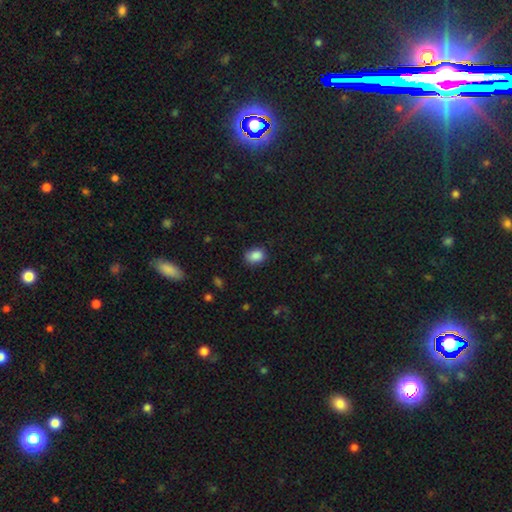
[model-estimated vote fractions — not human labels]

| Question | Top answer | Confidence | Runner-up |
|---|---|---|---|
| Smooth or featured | smooth | 88% | star or artifact (9%) |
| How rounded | in between | 72% | round (27%) |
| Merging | none | 78% | minor disturbance (17%) |